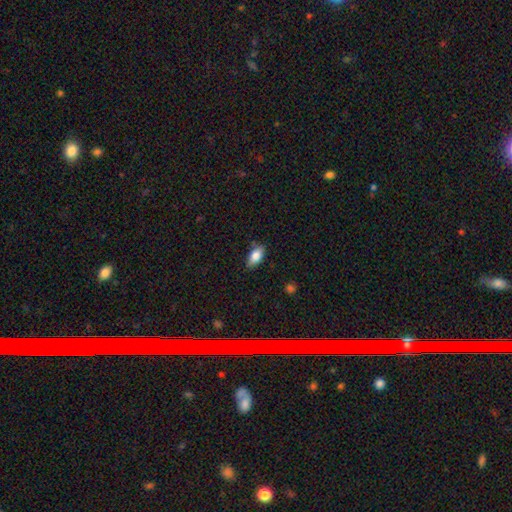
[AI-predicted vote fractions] Smooth or featured? Predicted: smooth (p=0.81). How rounded? Predicted: in between (p=0.89). Merging? Predicted: none (p=0.79).